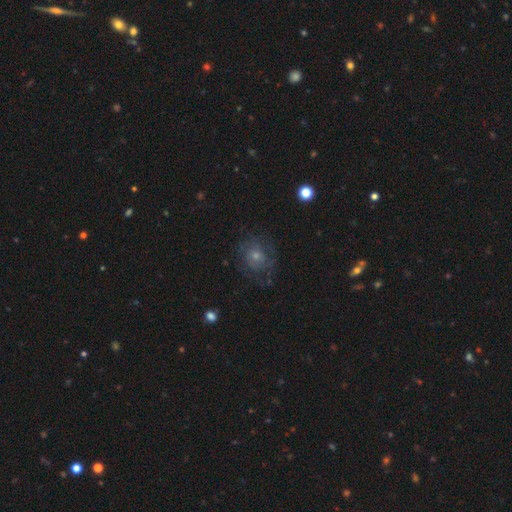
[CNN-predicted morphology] featured or disk 52%, smooth 30%, star or artifact 18%. Down the decision tree: edge-on disk — no (97%); merging — none (69%).